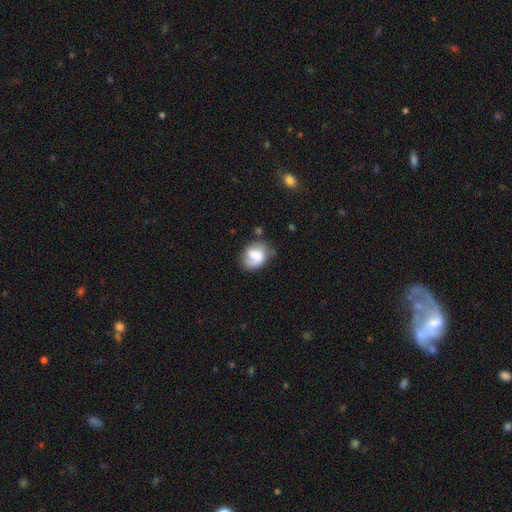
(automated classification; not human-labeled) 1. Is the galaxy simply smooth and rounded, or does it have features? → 69% smooth, 22% featured or disk, 8% star or artifact.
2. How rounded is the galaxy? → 57% in between, 42% round, 1% cigar-shaped.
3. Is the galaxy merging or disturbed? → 48% none, 32% minor disturbance, 14% major disturbance, 6% merger.